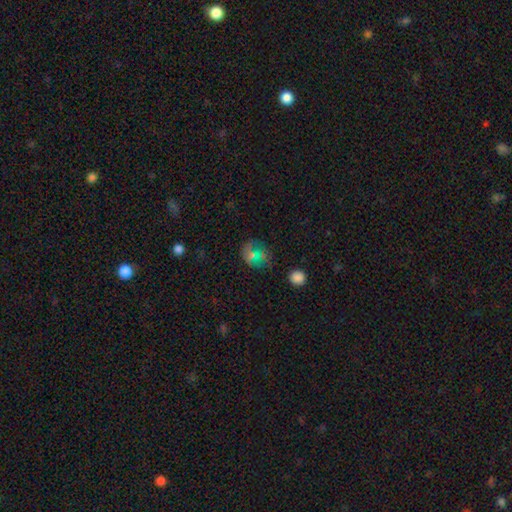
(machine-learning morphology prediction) Overall: smooth (53%; star or artifact 31%). How rounded: round (72%). Merging: none (67%).